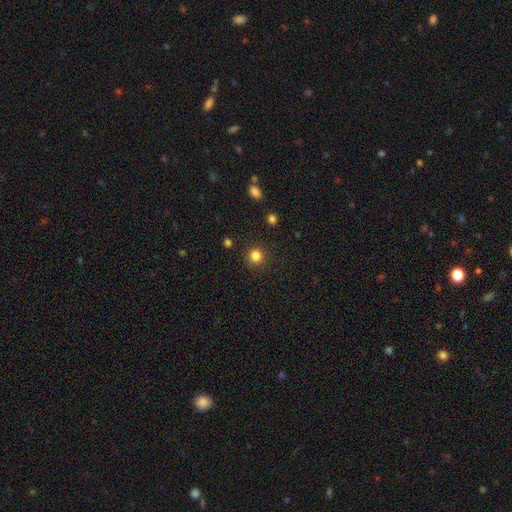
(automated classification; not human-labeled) A smooth galaxy with no disk features (83%) that is round (87%).

Vote fractions:
- Smooth or featured? smooth: 83% / star or artifact: 13% / featured or disk: 4%
- How rounded? round: 87% / in between: 13% / cigar-shaped: 1%
- Merging? none: 87% / minor disturbance: 8% / major disturbance: 3% / merger: 2%